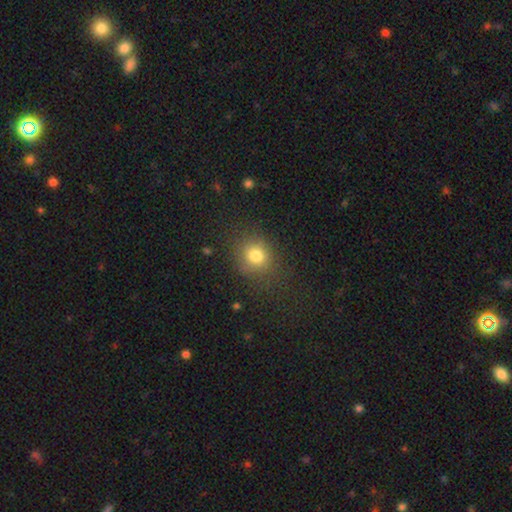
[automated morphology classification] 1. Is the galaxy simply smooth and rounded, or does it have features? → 79% smooth, 14% star or artifact, 7% featured or disk.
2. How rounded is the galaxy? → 75% round, 24% in between, 1% cigar-shaped.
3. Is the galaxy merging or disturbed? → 81% none, 11% minor disturbance, 6% major disturbance, 2% merger.